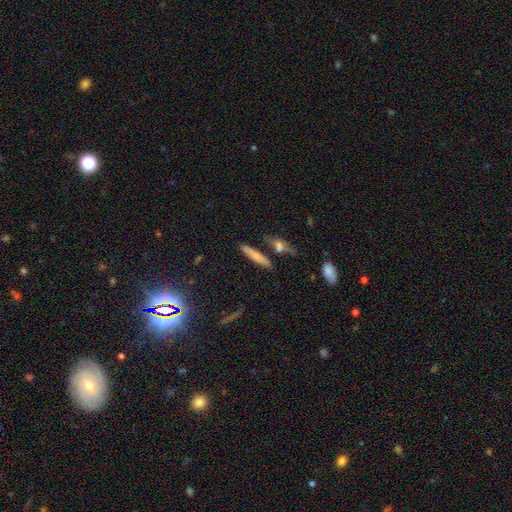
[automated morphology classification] Smooth or featured?
  - smooth: 65% *
  - featured or disk: 27%
  - star or artifact: 9%
How rounded?
  - cigar-shaped: 85% *
  - in between: 12%
  - round: 3%
Merging?
  - none: 76% *
  - minor disturbance: 11%
  - merger: 10%
  - major disturbance: 3%